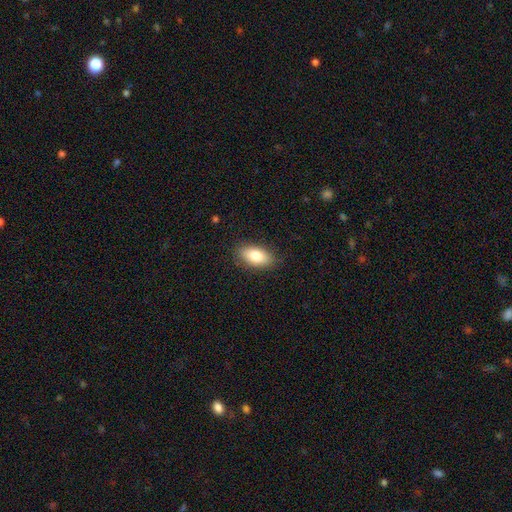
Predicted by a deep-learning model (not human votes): Smooth or featured: smooth — 81% (featured or disk — 12%)
How rounded: in between — 90% (cigar-shaped — 6%)
Merging: none — 85% (minor disturbance — 11%)